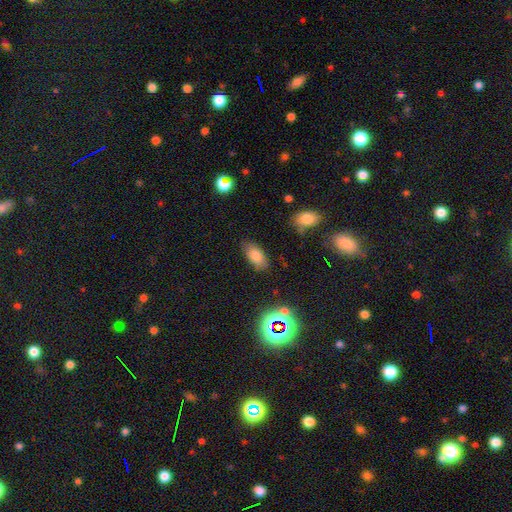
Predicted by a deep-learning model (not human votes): smooth-or-featured: smooth: 79% | star or artifact: 12% | featured or disk: 9%
  how-rounded: in between: 91% | cigar-shaped: 5% | round: 4%
  merging: none: 82% | minor disturbance: 13% | major disturbance: 3% | merger: 2%